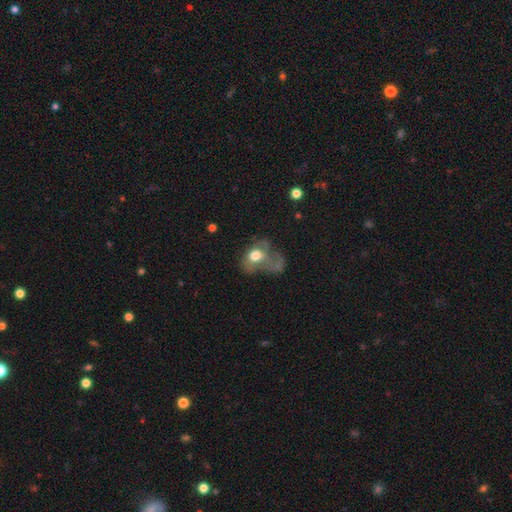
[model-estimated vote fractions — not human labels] The model was most divided on "smooth or featured": smooth: 54%, featured or disk: 35%, star or artifact: 11%. More confident: how rounded — in between (63%); merging — major disturbance (60%).